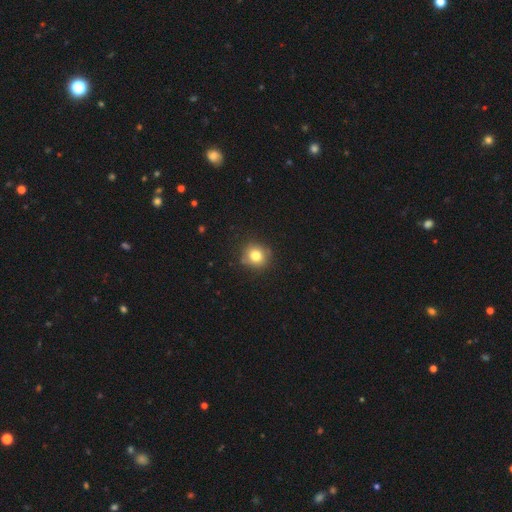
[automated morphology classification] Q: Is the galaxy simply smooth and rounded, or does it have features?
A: smooth — 79%.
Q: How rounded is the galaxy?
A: round — 85%.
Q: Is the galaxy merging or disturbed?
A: none — 82%.